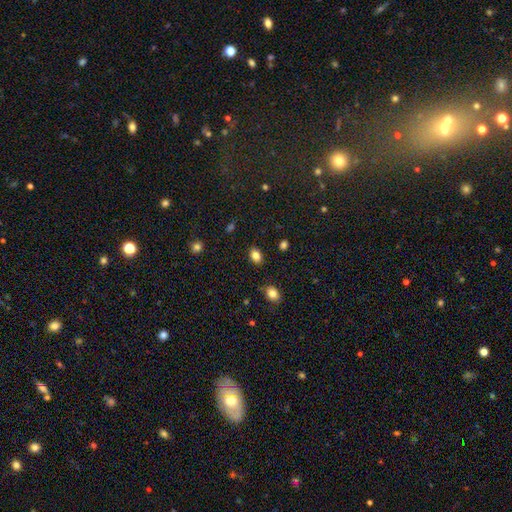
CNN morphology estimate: A smooth galaxy with no disk features (84%) that is in between round and cigar-shaped (79%).

Vote fractions:
- Smooth or featured? smooth: 84% / star or artifact: 10% / featured or disk: 6%
- How rounded? in between: 79% / round: 19% / cigar-shaped: 1%
- Merging? none: 87% / minor disturbance: 9% / major disturbance: 2% / merger: 2%